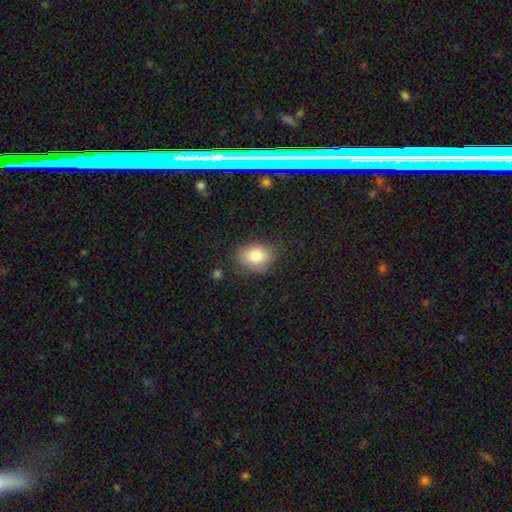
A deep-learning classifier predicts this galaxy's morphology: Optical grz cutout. It shows a smooth galaxy with no disk features (81%) that is in between round and cigar-shaped (67%). Merging: none (73%).